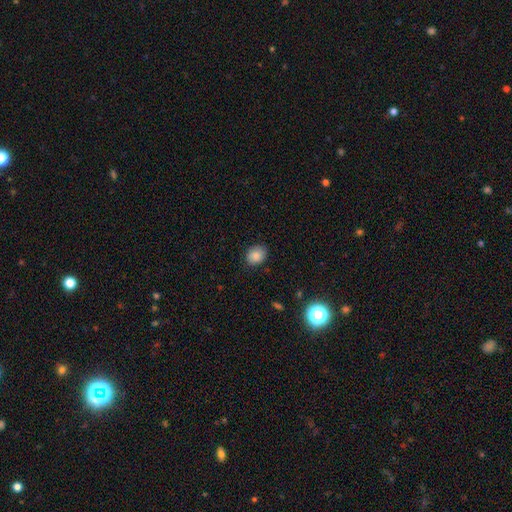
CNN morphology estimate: Overall: smooth (86%). How rounded: in between (54%; round 45%). Merging: none (85%).